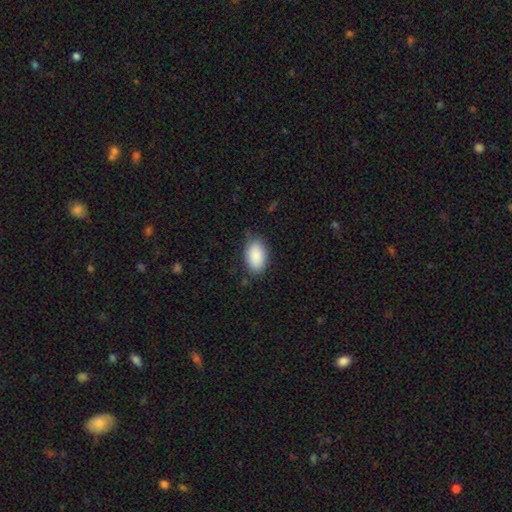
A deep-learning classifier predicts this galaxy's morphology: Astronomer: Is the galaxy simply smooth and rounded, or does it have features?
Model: smooth — 90%.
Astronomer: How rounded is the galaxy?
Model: in between — 93%.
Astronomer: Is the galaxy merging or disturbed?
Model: none — 76%.